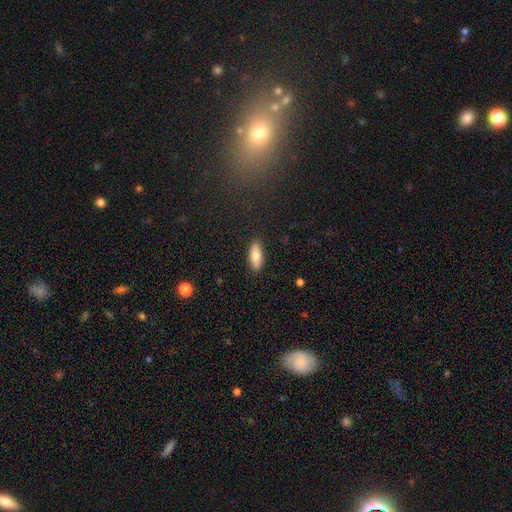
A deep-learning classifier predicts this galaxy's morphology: Smooth or featured? Predicted: smooth (p=0.79). How rounded? Predicted: in between (p=0.75). Merging? Predicted: none (p=0.88).